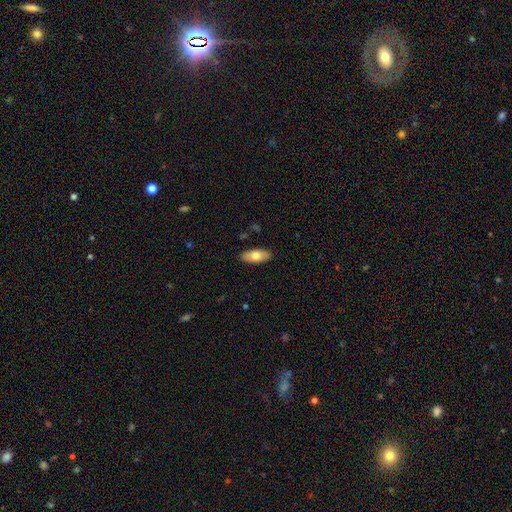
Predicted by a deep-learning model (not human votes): Smooth or featured?
  - smooth: 72% *
  - featured or disk: 22%
  - star or artifact: 6%
How rounded?
  - in between: 87% *
  - cigar-shaped: 11%
  - round: 2%
Merging?
  - none: 89% *
  - minor disturbance: 9%
  - major disturbance: 2%
  - merger: 1%